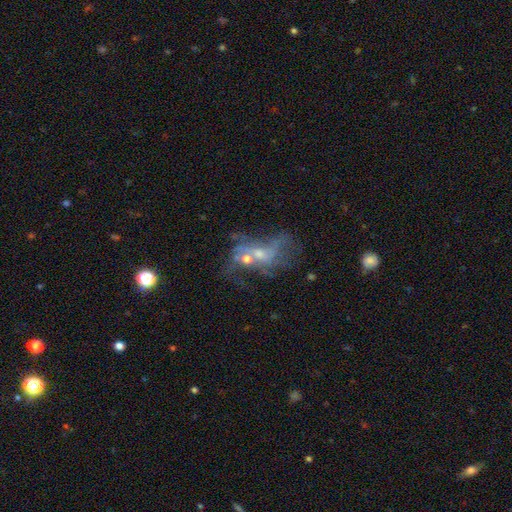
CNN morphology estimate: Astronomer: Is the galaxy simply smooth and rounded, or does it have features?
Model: featured or disk — 52%.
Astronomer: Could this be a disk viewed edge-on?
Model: no — 92%.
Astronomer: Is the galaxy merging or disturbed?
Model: merger — 35% (runner-up: none, 28%).